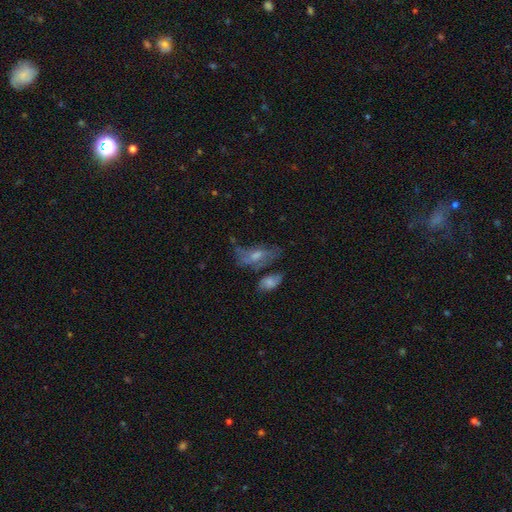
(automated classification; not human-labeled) A featured or disk galaxy (53%).

Vote fractions:
- Smooth or featured? featured or disk: 53% / smooth: 31% / star or artifact: 17%
- Edge-on disk? no: 83% / yes: 17%
- Merging? none: 42% / merger: 23% / minor disturbance: 19% / major disturbance: 16%